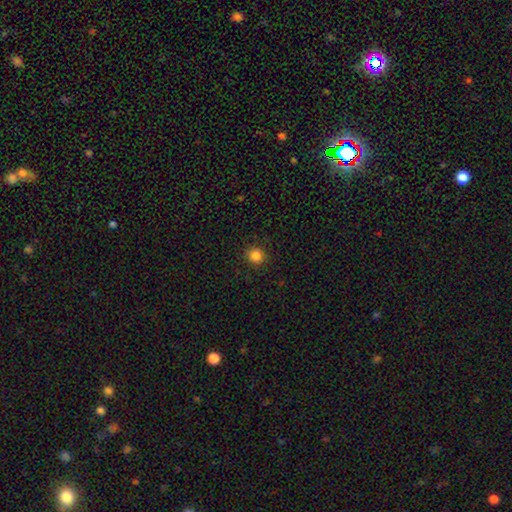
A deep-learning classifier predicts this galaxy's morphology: Smooth or featured? smooth (85%)
How rounded? round (93%)
Merging? none (91%)